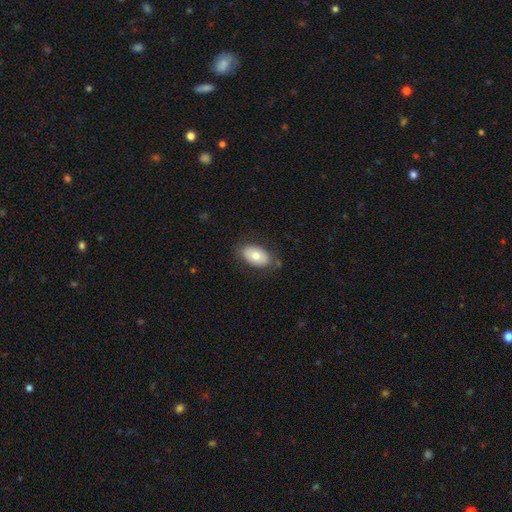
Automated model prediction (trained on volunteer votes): Smooth or featured? Predicted: smooth (p=0.75). How rounded? Predicted: in between (p=0.93). Merging? Predicted: none (p=0.78).